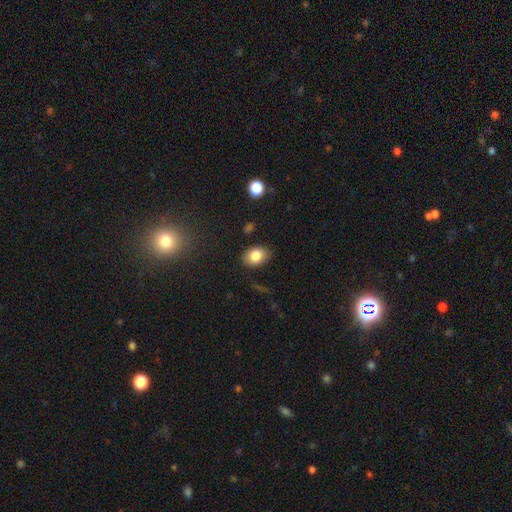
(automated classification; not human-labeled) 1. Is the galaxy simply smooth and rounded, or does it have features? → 83% smooth, 9% star or artifact, 9% featured or disk.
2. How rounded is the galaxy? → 74% in between, 24% round, 1% cigar-shaped.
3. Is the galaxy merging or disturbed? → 82% none, 13% minor disturbance, 3% major disturbance, 2% merger.